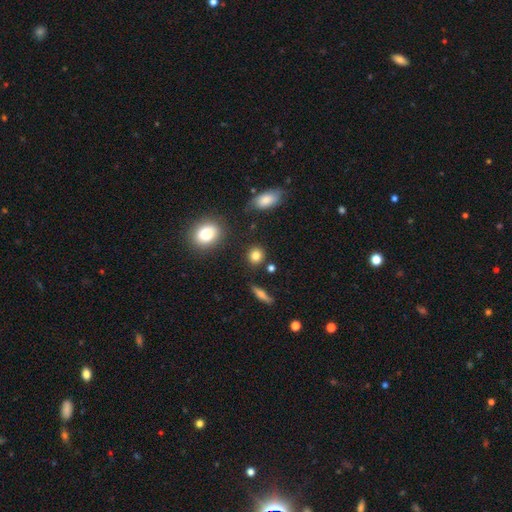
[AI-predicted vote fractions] Smooth or featured? smooth (82%)
How rounded? round (83%)
Merging? none (86%)